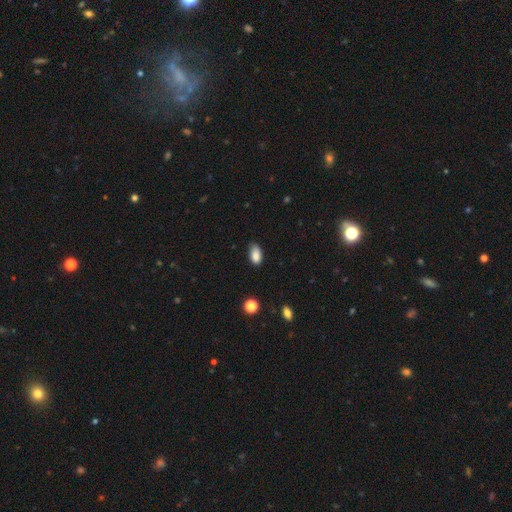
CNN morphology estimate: A smooth galaxy with no disk features (86%) that is in between round and cigar-shaped (92%).

Vote fractions:
- Smooth or featured? smooth: 86% / star or artifact: 9% / featured or disk: 5%
- How rounded? in between: 92% / round: 5% / cigar-shaped: 3%
- Merging? none: 71% / minor disturbance: 24% / major disturbance: 3% / merger: 1%